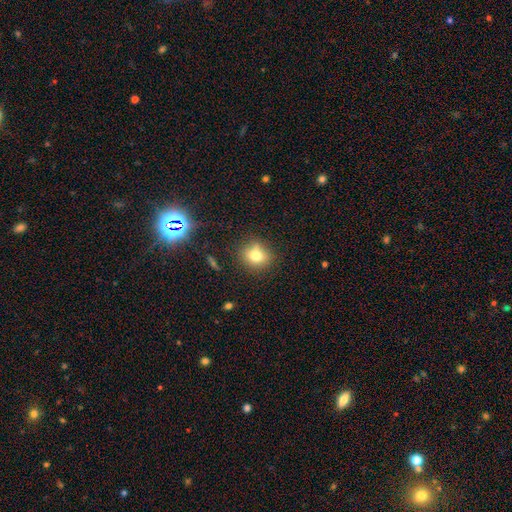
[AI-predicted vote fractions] Overall: smooth (74%). How rounded: round (74%). Merging: none (73%).